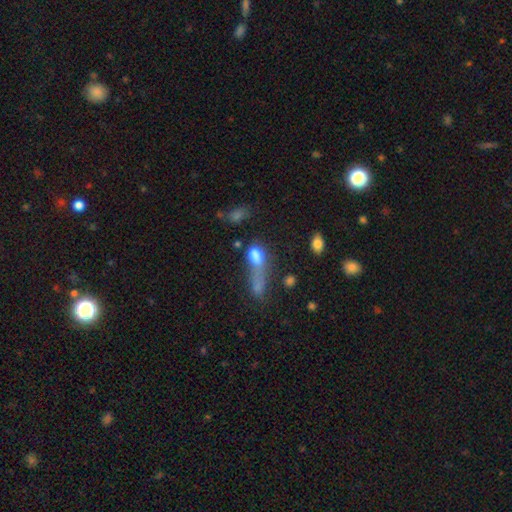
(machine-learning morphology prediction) Smooth or featured?
  - smooth: 69% *
  - featured or disk: 18%
  - star or artifact: 14%
How rounded?
  - in between: 69% *
  - cigar-shaped: 16%
  - round: 15%
Merging?
  - major disturbance: 35% *
  - merger: 34%
  - none: 18%
  - minor disturbance: 14%